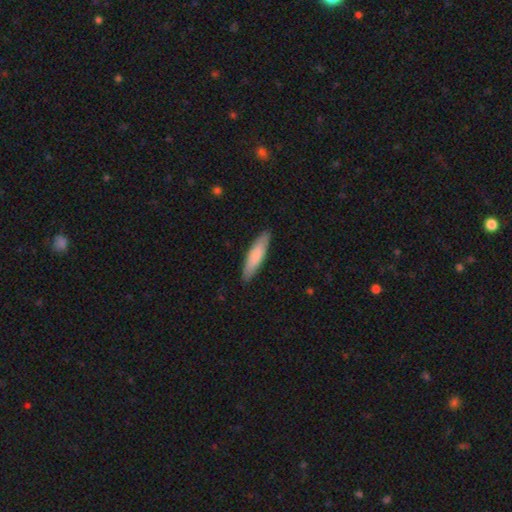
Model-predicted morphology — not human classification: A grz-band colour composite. It shows a smooth galaxy with no disk features (82%) that is cigar-shaped (75%). Merging: none (89%).